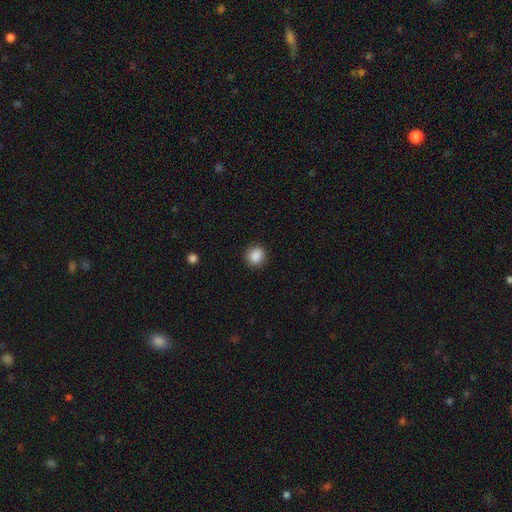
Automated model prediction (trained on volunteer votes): Smooth or featured? Predicted: smooth (p=0.88). How rounded? Predicted: round (p=0.87). Merging? Predicted: none (p=0.90).